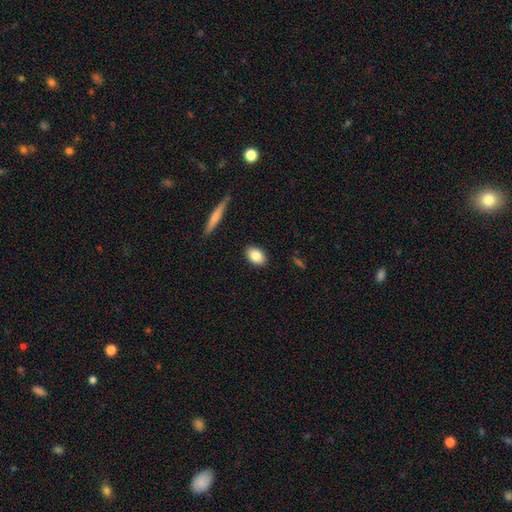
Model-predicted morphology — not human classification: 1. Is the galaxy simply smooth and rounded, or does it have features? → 84% smooth, 9% featured or disk, 7% star or artifact.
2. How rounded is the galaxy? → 87% in between, 11% round, 2% cigar-shaped.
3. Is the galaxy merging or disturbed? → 89% none, 7% minor disturbance, 2% major disturbance, 1% merger.